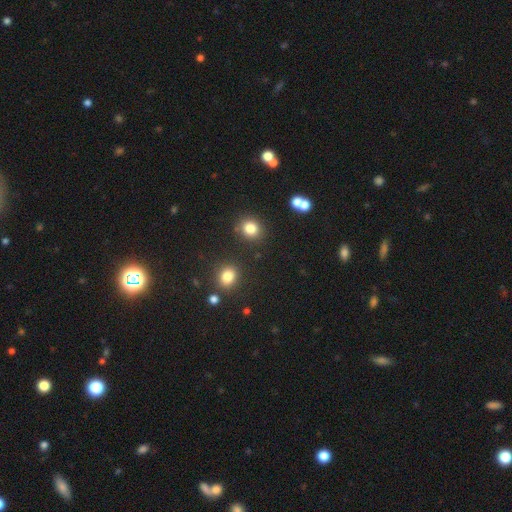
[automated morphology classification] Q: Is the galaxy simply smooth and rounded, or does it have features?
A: star or artifact — 48%.